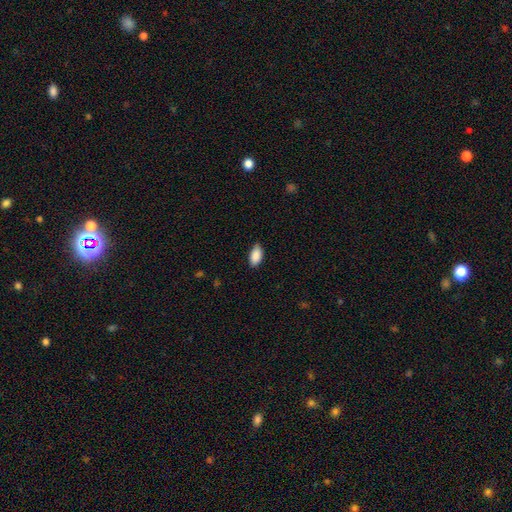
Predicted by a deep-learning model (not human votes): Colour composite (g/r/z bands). It shows a smooth galaxy with no disk features (90%) that is in between round and cigar-shaped (93%). Merging: none (82%).